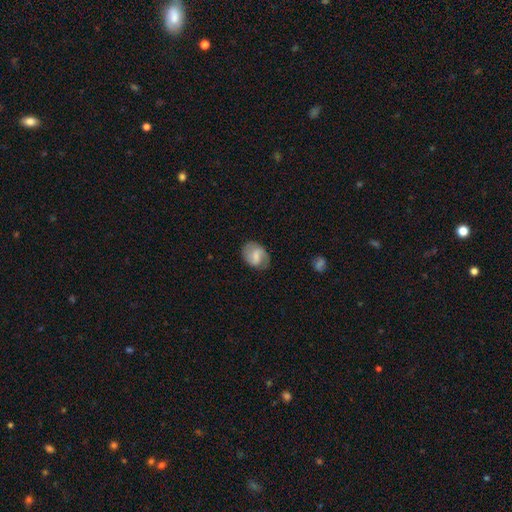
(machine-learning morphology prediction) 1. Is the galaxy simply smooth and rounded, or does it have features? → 46% smooth (tied), 46% featured or disk (tied), 7% star or artifact.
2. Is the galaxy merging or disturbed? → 72% none, 20% minor disturbance, 7% major disturbance, 1% merger.